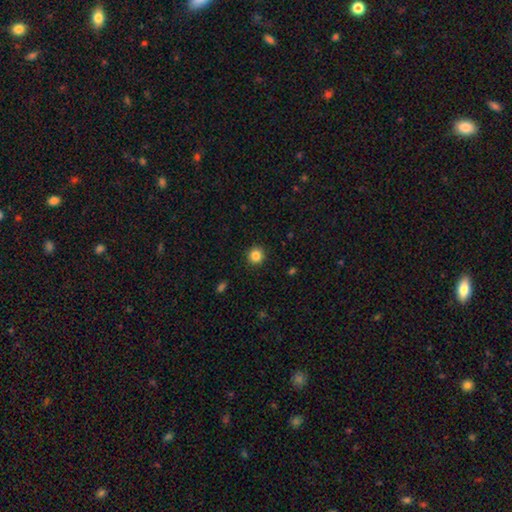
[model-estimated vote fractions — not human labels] A smooth galaxy with no disk features (85%) that is round (94%). Merging: none (92%).